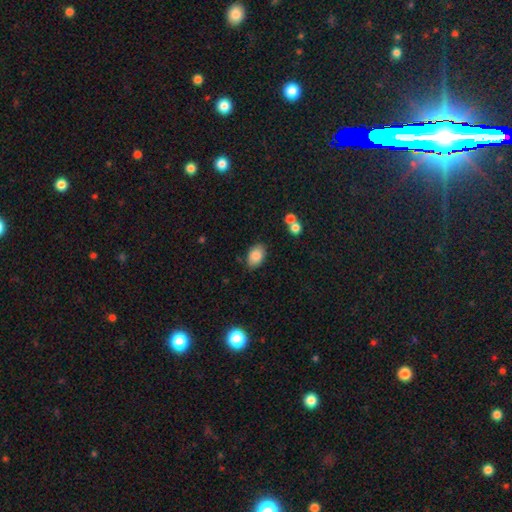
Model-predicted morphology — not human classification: Smooth or featured: smooth — 85% (featured or disk — 8%)
How rounded: in between — 90% (round — 9%)
Merging: none — 80% (minor disturbance — 14%)